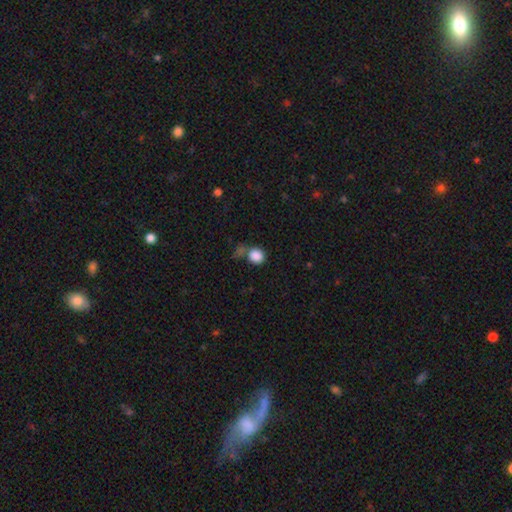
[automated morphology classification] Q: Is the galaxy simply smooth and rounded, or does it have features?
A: smooth — 86%.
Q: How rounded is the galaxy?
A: round — 78%.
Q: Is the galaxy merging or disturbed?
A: none — 52%.